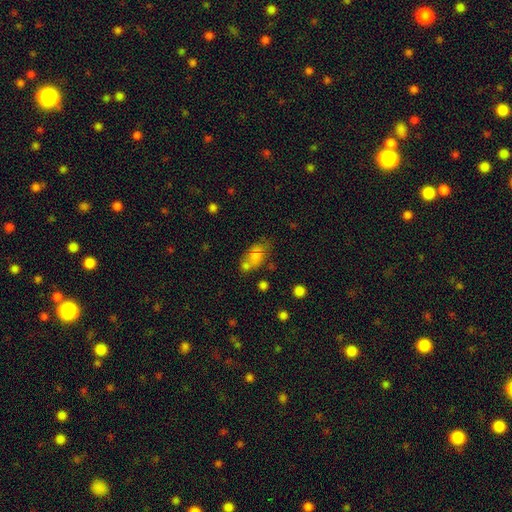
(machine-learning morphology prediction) This appears to be a smooth galaxy with no disk features (68%) that is in between round and cigar-shaped (83%). Merging: none (41%).